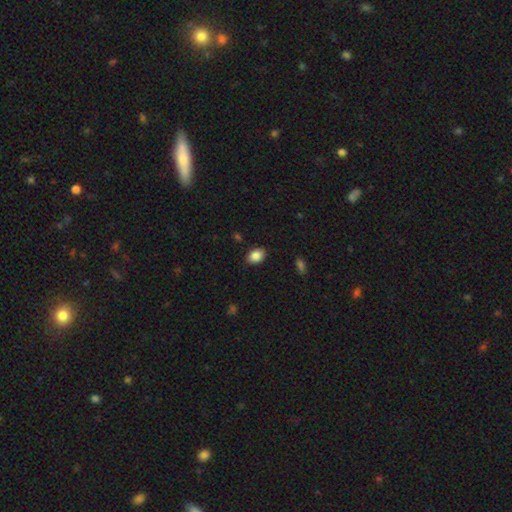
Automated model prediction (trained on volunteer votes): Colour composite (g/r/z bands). It shows a smooth galaxy with no disk features (87%) that is in between round and cigar-shaped (77%). Merging: none (87%).